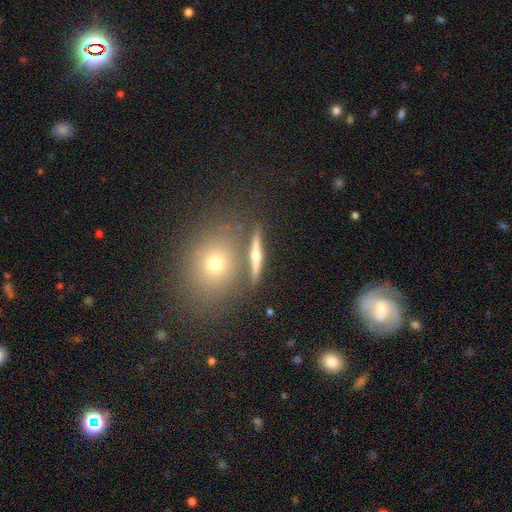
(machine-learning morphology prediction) Overall: featured or disk (49%; smooth 37%). Merging: none (78%).